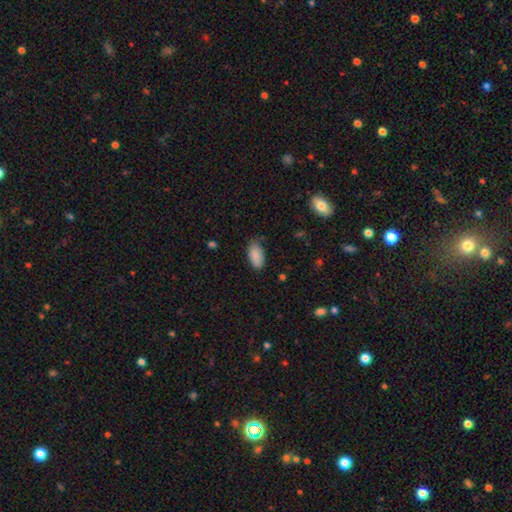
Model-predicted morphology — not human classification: This appears to be a smooth galaxy with no disk features (88%) that is in between round and cigar-shaped (94%). Merging: none (75%).